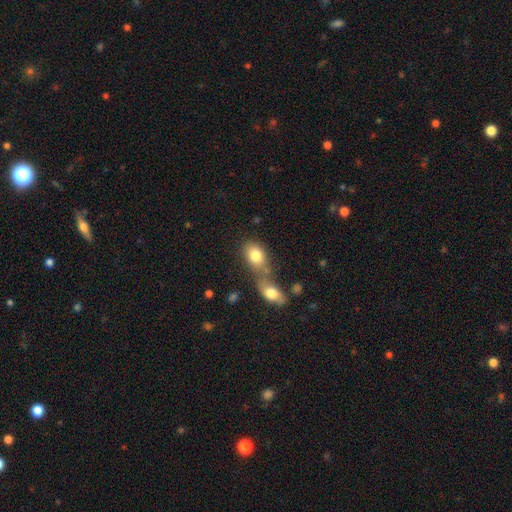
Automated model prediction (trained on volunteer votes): Q: Smooth or featured?
A: smooth (80%); runner-up: featured or disk (12%)
Q: How rounded?
A: in between (78%); runner-up: round (20%)
Q: Merging?
A: merger (56%); runner-up: none (30%)